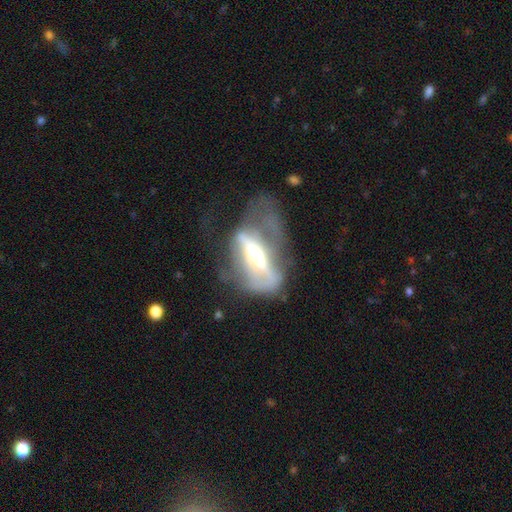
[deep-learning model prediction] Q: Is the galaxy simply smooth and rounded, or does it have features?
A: featured or disk — 65%.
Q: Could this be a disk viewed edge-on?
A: no — 70%.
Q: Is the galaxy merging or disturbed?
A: major disturbance — 52%.